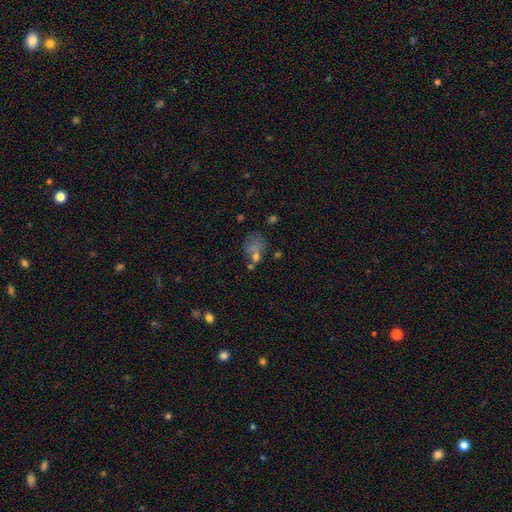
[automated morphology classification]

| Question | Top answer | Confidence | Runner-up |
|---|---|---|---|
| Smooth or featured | smooth | 41% | star or artifact (35%) |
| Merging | none | 53% | minor disturbance (18%) |